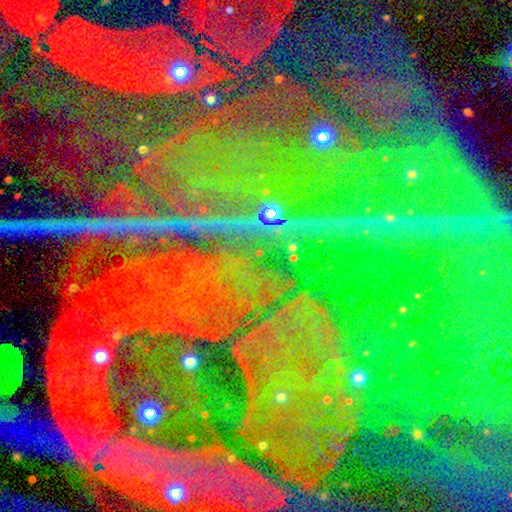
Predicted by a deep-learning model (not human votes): Overall: star or artifact (89%).